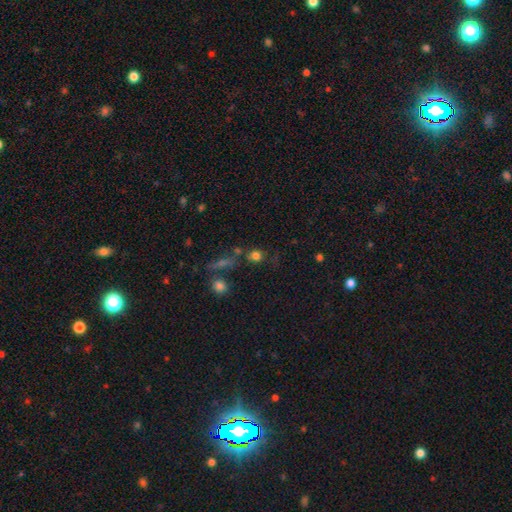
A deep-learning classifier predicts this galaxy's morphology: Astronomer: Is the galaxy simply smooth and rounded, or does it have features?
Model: smooth — 75%.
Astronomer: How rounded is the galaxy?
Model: round — 82%.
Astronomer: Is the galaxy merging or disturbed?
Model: none — 67%.